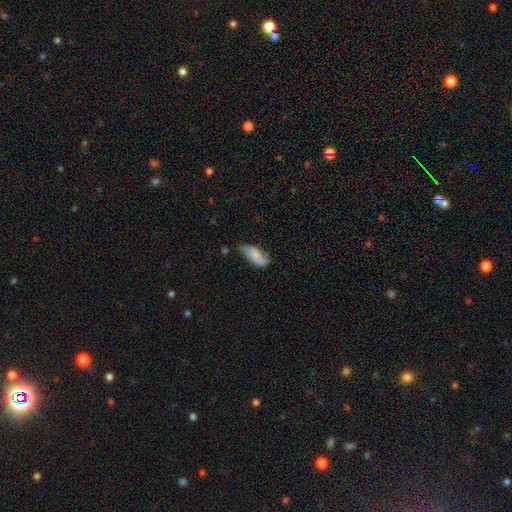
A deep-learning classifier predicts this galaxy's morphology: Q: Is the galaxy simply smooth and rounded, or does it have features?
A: featured or disk — 50%.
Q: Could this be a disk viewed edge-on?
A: no — 92%.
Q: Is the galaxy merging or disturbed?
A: none — 52%.